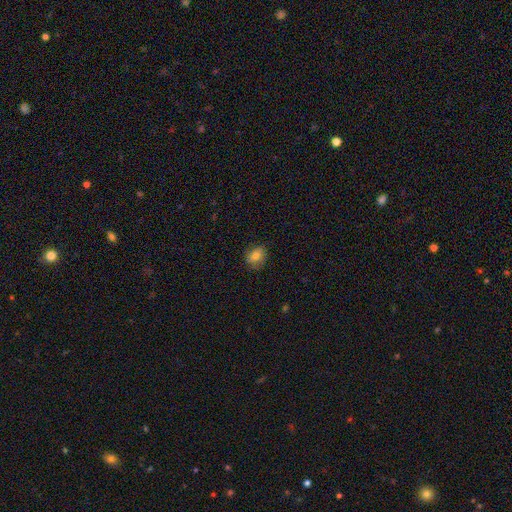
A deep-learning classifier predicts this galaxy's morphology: The model was most divided on "how rounded": round: 51%, in between: 48%, cigar-shaped: 1%. More confident: merging — none (78%); smooth or featured — smooth (77%).